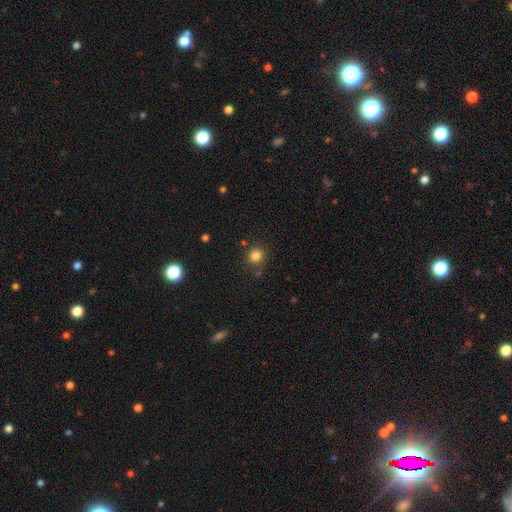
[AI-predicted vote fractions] Smooth or featured? Predicted: smooth (p=0.82). How rounded? Predicted: round (p=0.91). Merging? Predicted: none (p=0.81).